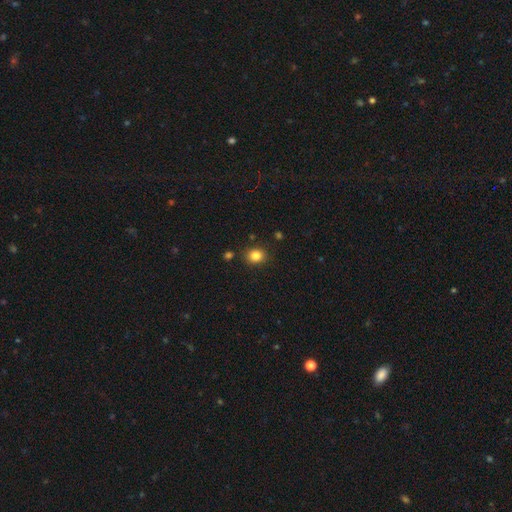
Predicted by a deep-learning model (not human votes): Q: Smooth or featured?
A: smooth (84%); runner-up: star or artifact (11%)
Q: How rounded?
A: round (63%); runner-up: in between (36%)
Q: Merging?
A: none (87%); runner-up: minor disturbance (8%)